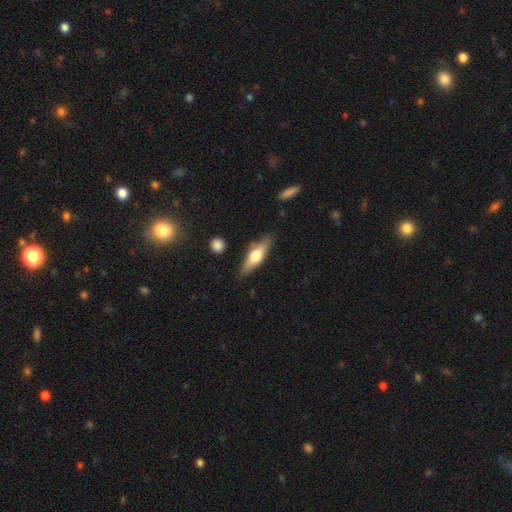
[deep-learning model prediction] Overall: smooth (49%; featured or disk 45%). Merging: none (84%).